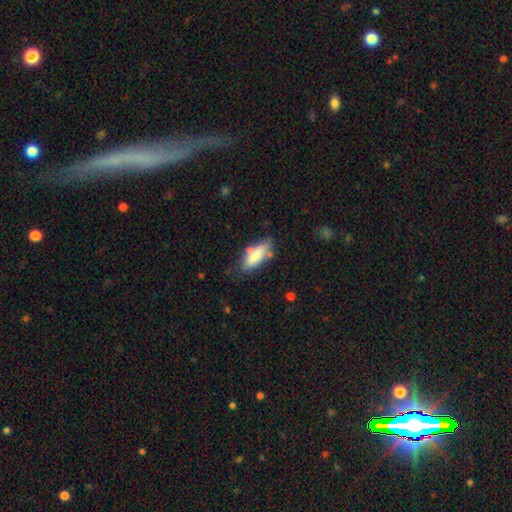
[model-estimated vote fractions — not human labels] smooth 79%, featured or disk 14%, star or artifact 7%. Down the decision tree: how rounded — in between (74%); merging — none (59%).